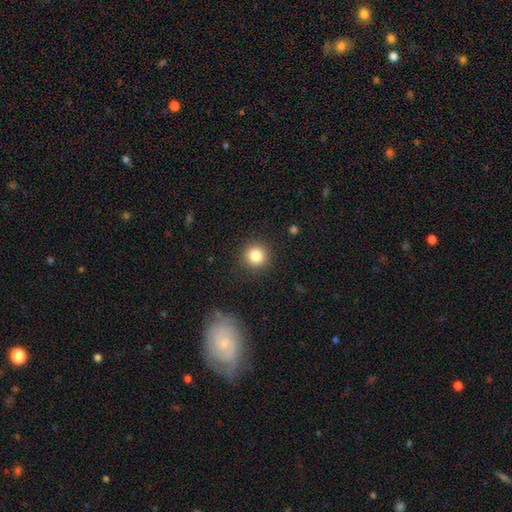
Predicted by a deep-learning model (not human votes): Overall: smooth (84%). How rounded: round (94%). Merging: none (90%).